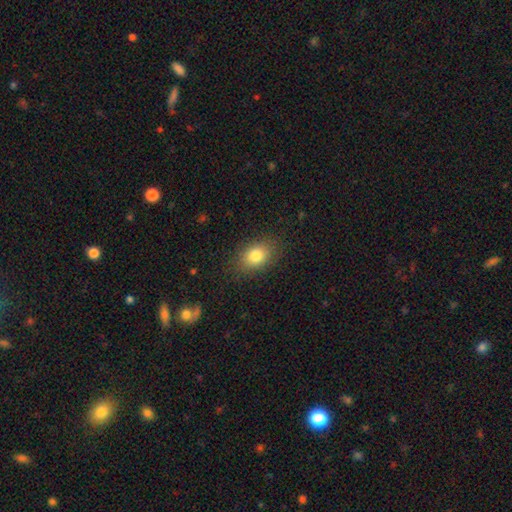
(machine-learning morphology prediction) smooth_or_featured: smooth (p=0.81) [alt: star or artifact p=0.10]
how_rounded: in between (p=0.74) [alt: round p=0.25]
merging: none (p=0.85) [alt: minor disturbance p=0.10]